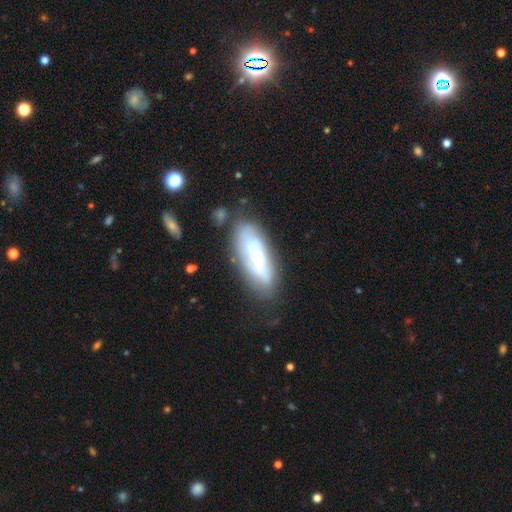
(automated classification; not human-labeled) Overall: featured or disk (60%; smooth 33%). Edge-on disk: no (80%). Merging: none (66%).